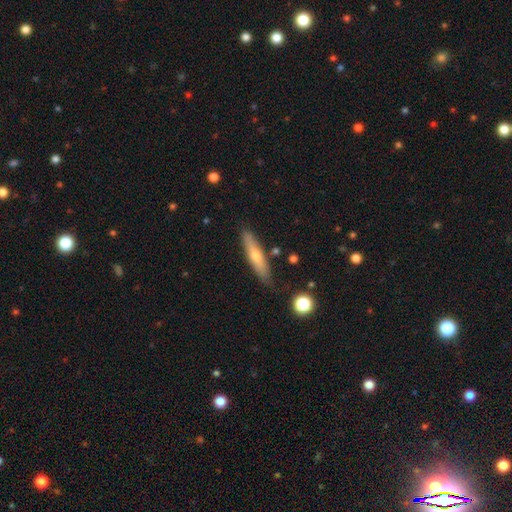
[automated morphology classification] Smooth or featured? smooth (53%)
How rounded? cigar-shaped (85%)
Merging? none (83%)